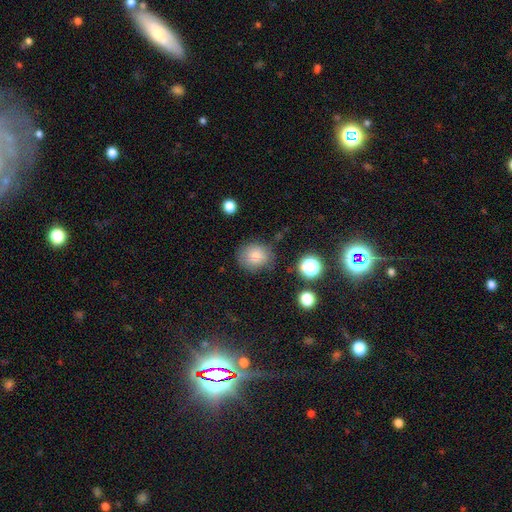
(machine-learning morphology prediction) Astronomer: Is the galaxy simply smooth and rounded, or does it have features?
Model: smooth — 81%.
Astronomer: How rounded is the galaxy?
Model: round — 72%.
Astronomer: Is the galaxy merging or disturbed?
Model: none — 73%.